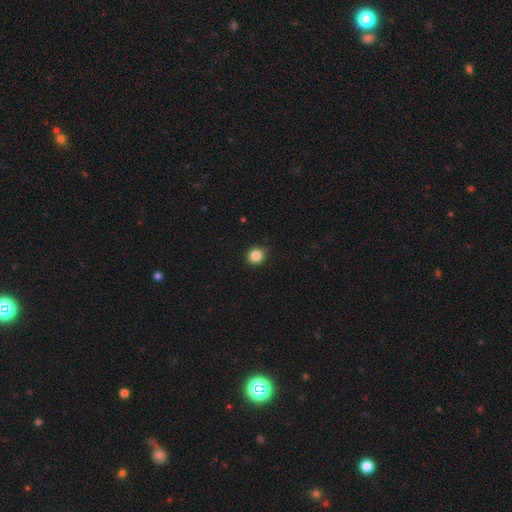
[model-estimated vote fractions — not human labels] This is clearly a smooth galaxy (85%). How rounded: clearly round (90%). Merging: clearly none (81%).